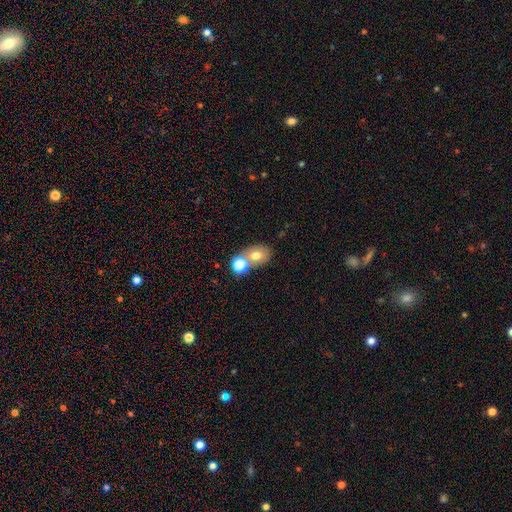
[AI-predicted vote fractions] This appears to be a smooth galaxy with no disk features (72%) that is in between round and cigar-shaped (62%). Merging: none (48%).